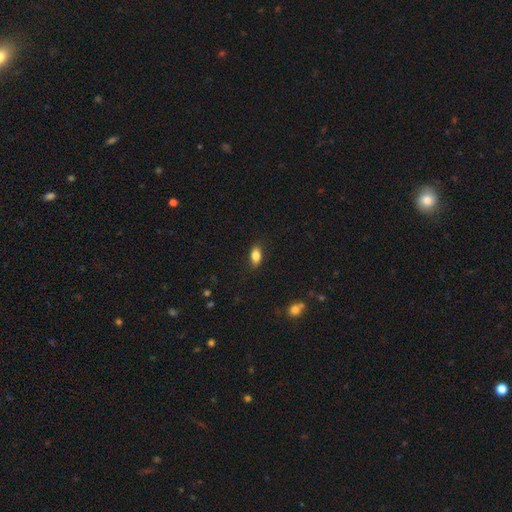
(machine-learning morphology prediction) Q: Smooth or featured?
A: smooth (82%); runner-up: featured or disk (9%)
Q: How rounded?
A: in between (86%); runner-up: cigar-shaped (8%)
Q: Merging?
A: none (85%); runner-up: minor disturbance (11%)